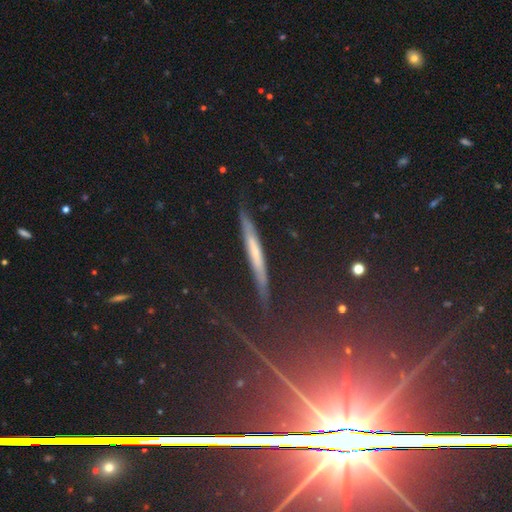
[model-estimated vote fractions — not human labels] Smooth or featured? Predicted: featured or disk (p=0.49). Merging? Predicted: none (p=0.83).